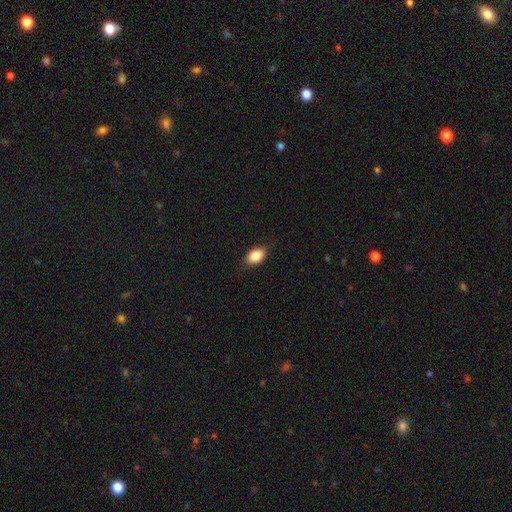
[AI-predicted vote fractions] Morphology: type=smooth (86%); roundness=in between (84%); merging=none (84%).